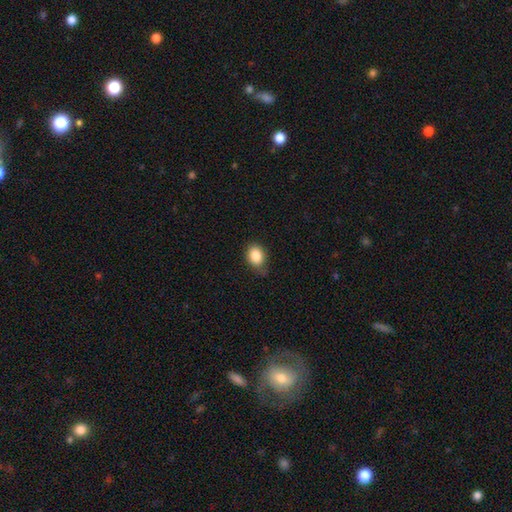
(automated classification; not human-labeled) smooth-or-featured: smooth: 86% | star or artifact: 8% | featured or disk: 6%
  how-rounded: in between: 68% | round: 31% | cigar-shaped: 1%
  merging: none: 66% | minor disturbance: 27% | major disturbance: 5% | merger: 2%